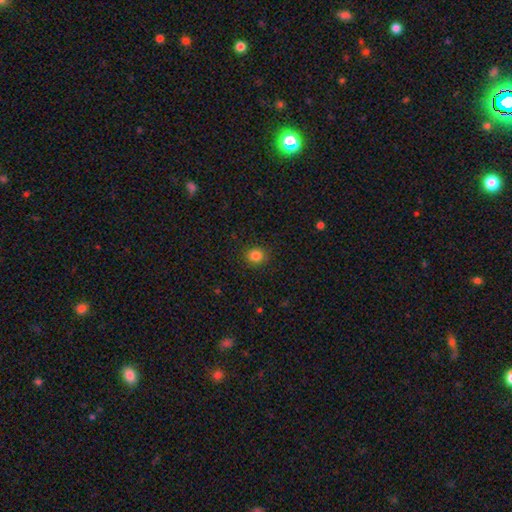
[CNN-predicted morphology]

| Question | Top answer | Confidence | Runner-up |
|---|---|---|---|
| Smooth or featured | smooth | 84% | star or artifact (12%) |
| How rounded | round | 83% | in between (16%) |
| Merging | none | 89% | minor disturbance (8%) |